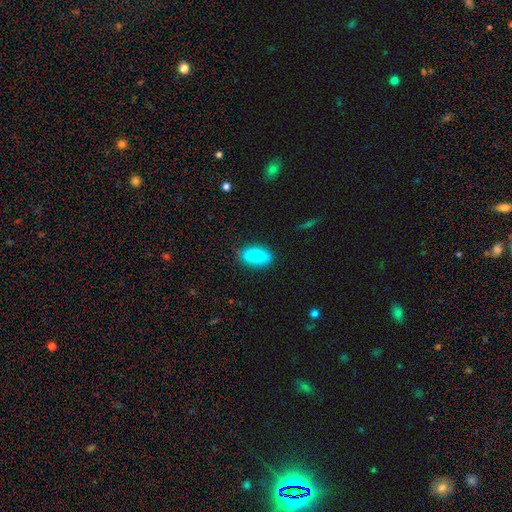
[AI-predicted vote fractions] smooth-or-featured: smooth: 85% | featured or disk: 8% | star or artifact: 7%
  how-rounded: in between: 67% | cigar-shaped: 30% | round: 3%
  merging: none: 79% | minor disturbance: 15% | major disturbance: 4% | merger: 3%